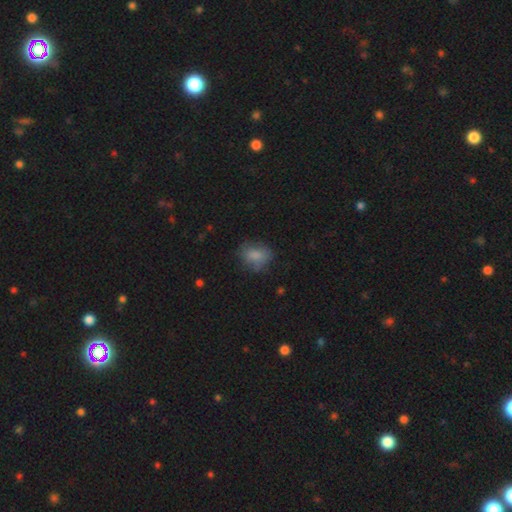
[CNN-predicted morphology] Smooth or featured: smooth — 78% (featured or disk — 12%)
How rounded: in between — 57% (round — 42%)
Merging: none — 64% (minor disturbance — 24%)